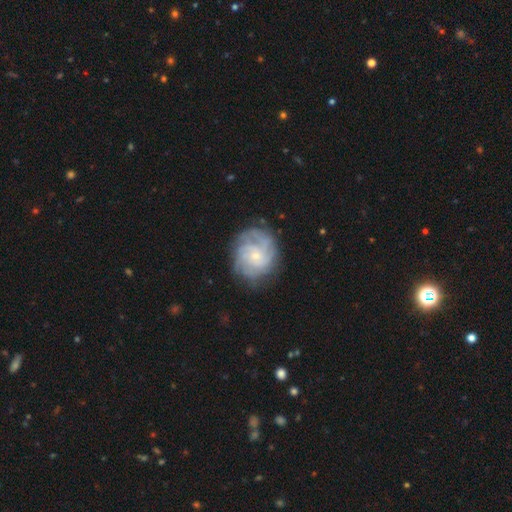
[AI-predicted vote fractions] Smooth or featured?
  - featured or disk: 77% *
  - smooth: 16%
  - star or artifact: 7%
Edge-on disk?
  - no: 98% *
  - yes: 2%
Bar?
  - no: 75% *
  - weak: 22%
  - strong: 3%
Spiral arms?
  - yes: 93% *
  - no: 7%
Spiral winding?
  - tight: 56% *
  - medium: 33%
  - loose: 10%
Spiral arm count?
  - can't tell: 35% *
  - 4: 21%
  - 3: 18%
  - 2: 11%
  - more than 4: 8%
  - 1: 6%
Bulge size?
  - small: 75% *
  - moderate: 20%
  - none: 3%
  - large: 1%
  - dominant: 1%
Merging?
  - none: 73% *
  - minor disturbance: 17%
  - major disturbance: 9%
  - merger: 1%